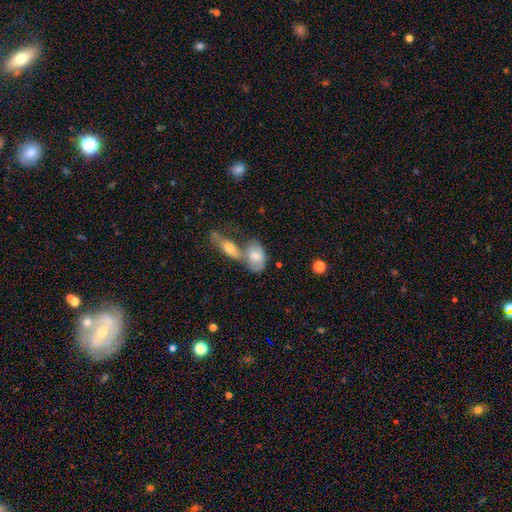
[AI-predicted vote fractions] Smooth or featured? smooth (73%)
How rounded? in between (87%)
Merging? merger (54%)